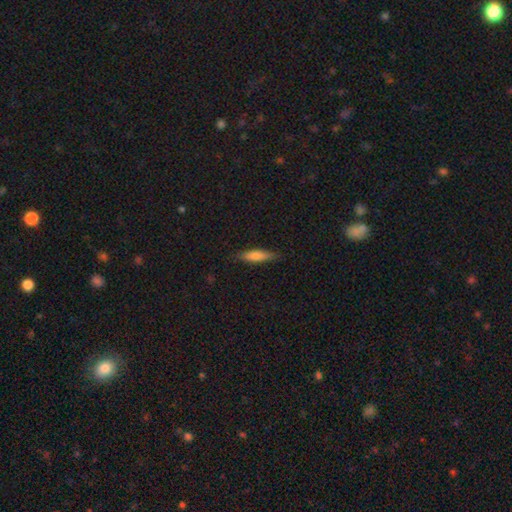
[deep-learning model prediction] smooth 75%, featured or disk 19%, star or artifact 6%. Down the decision tree: how rounded — cigar-shaped (73%); merging — none (85%).